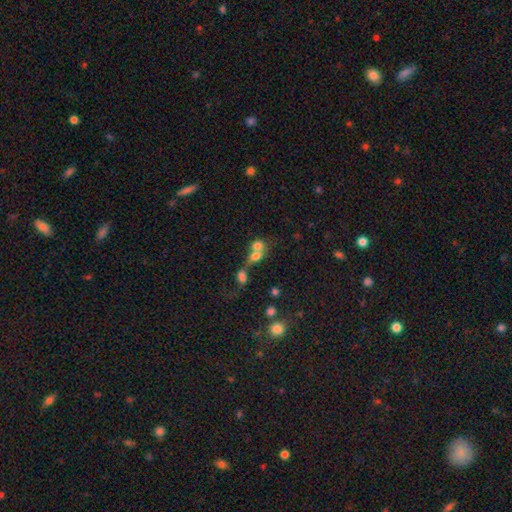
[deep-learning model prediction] This is likely a smooth galaxy (69%). How rounded: possibly round (56%). Merging: likely merger (67%).